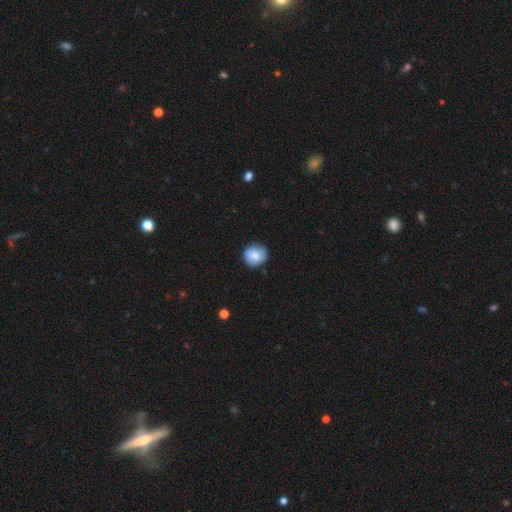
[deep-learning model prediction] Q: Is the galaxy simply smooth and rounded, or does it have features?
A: smooth — 81%.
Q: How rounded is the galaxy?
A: round — 88%.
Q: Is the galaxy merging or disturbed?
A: none — 80%.